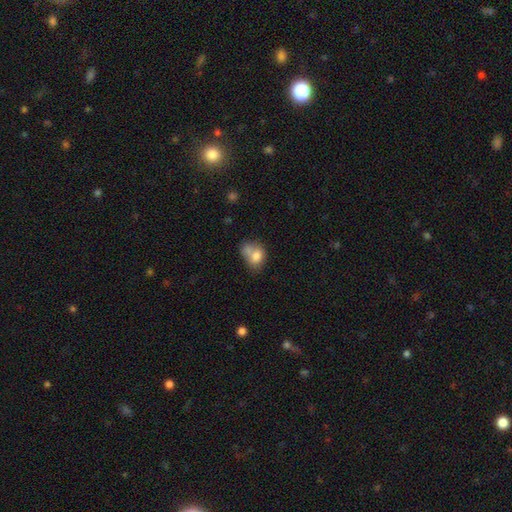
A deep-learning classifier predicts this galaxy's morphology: Smooth or featured?
  - smooth: 75% *
  - featured or disk: 16%
  - star or artifact: 9%
How rounded?
  - in between: 59% *
  - round: 40%
  - cigar-shaped: 1%
Merging?
  - merger: 50% *
  - none: 26%
  - minor disturbance: 15%
  - major disturbance: 8%